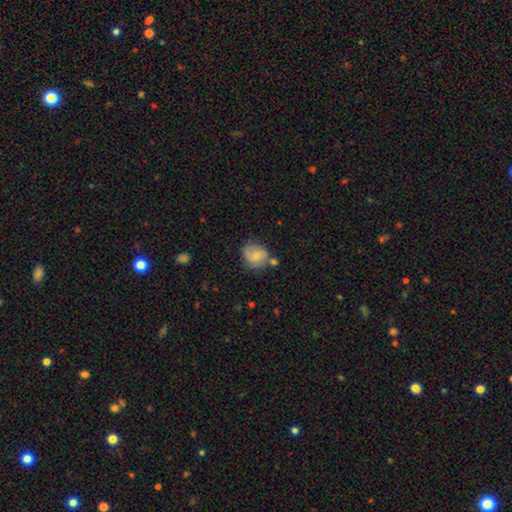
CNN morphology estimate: This appears to be a smooth galaxy with no disk features (65%) that is round (79%). Merging: none (62%).